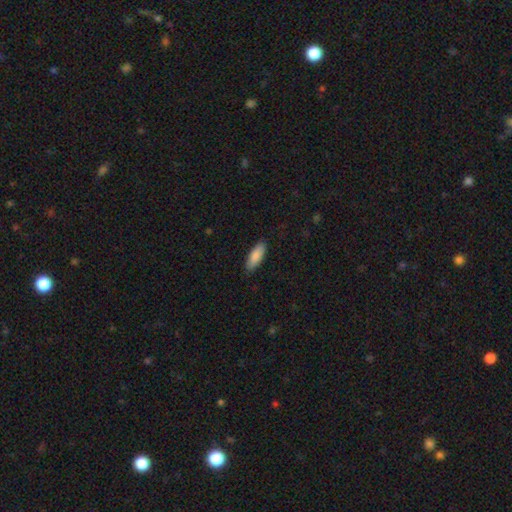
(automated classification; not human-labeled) Smooth or featured? Predicted: smooth (p=0.88). How rounded? Predicted: in between (p=0.69). Merging? Predicted: none (p=0.88).